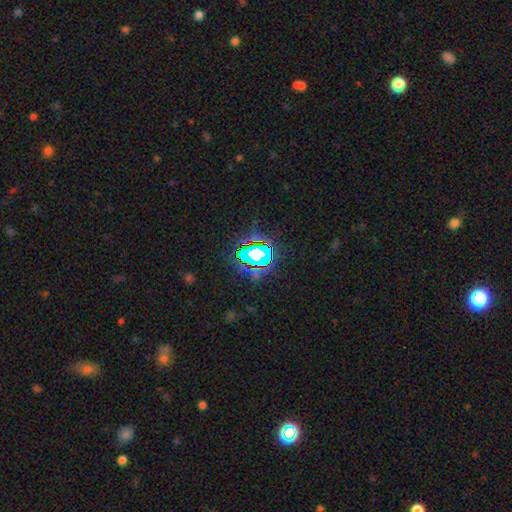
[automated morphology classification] star or artifact 63%, smooth 22%, featured or disk 16%.